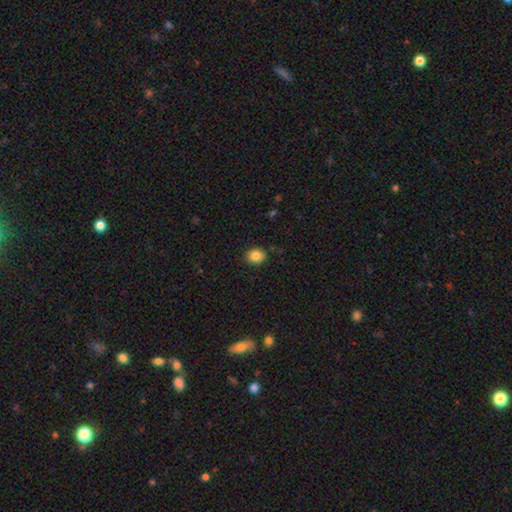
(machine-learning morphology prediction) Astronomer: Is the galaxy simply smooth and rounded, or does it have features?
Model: smooth — 84%.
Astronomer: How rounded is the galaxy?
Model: round — 71%.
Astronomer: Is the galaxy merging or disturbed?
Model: none — 89%.